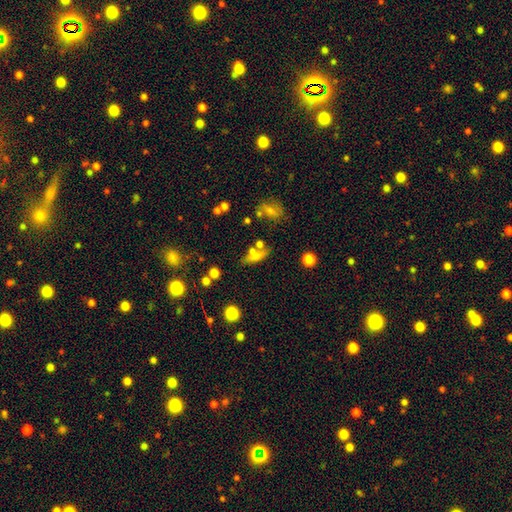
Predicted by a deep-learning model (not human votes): Morphology: type=smooth (61%); roundness=in between (53%); merging=none (56%).